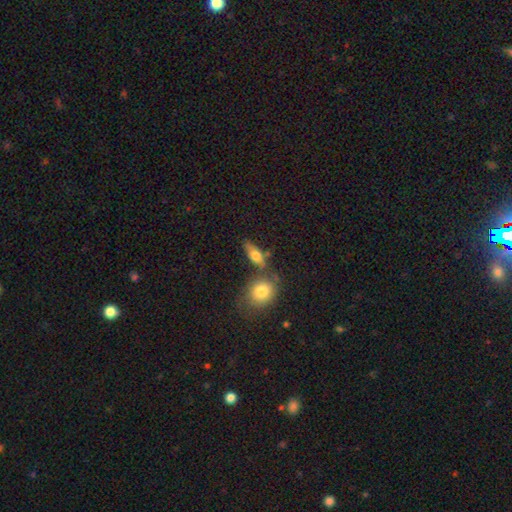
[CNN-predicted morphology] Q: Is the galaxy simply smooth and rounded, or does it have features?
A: smooth — 65%.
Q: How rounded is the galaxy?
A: in between — 62%.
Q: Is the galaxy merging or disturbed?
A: none — 62%.